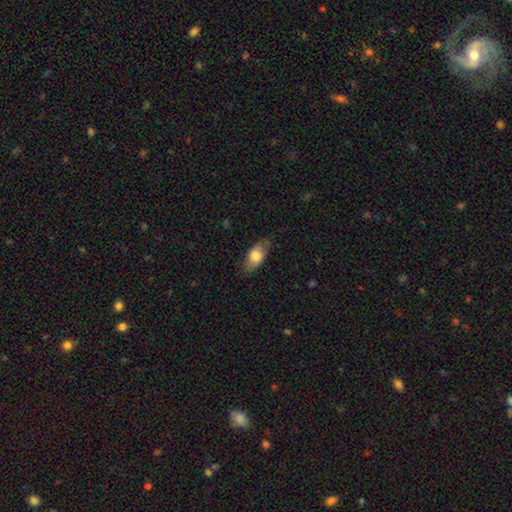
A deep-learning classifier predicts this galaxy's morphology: Overall: smooth (73%). How rounded: in between (87%). Merging: none (76%).